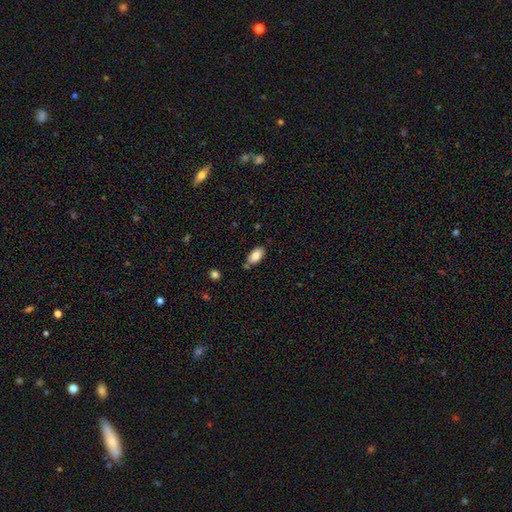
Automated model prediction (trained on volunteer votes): Q: Smooth or featured?
A: smooth (84%); runner-up: featured or disk (9%)
Q: How rounded?
A: in between (92%); runner-up: cigar-shaped (5%)
Q: Merging?
A: none (69%); runner-up: minor disturbance (20%)